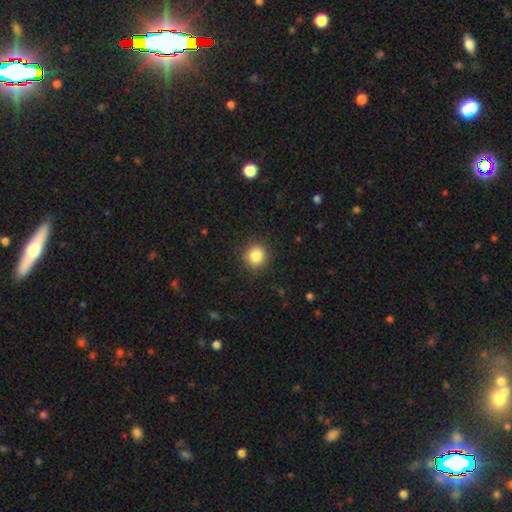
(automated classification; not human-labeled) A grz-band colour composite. It shows a smooth galaxy with no disk features (85%) that is round (89%). Merging: none (89%).